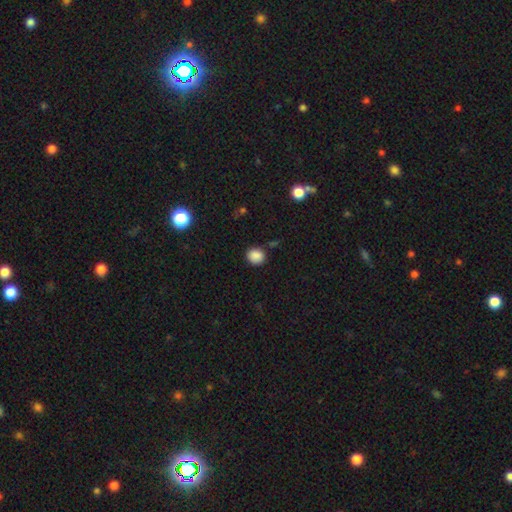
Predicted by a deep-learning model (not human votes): Overall: smooth (87%). How rounded: round (77%). Merging: none (84%).